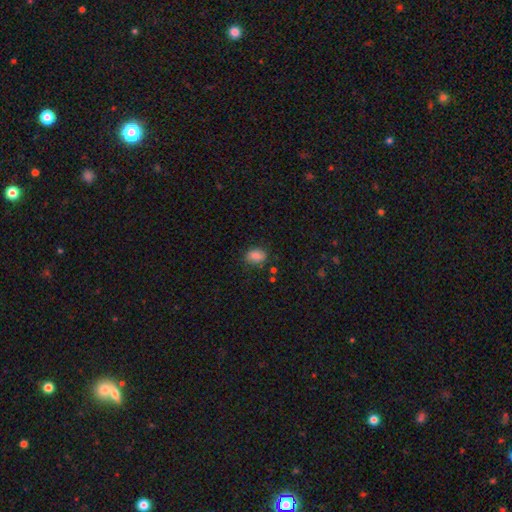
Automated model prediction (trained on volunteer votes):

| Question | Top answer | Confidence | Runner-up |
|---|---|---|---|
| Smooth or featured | smooth | 84% | star or artifact (9%) |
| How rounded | in between | 70% | round (28%) |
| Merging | none | 82% | minor disturbance (14%) |